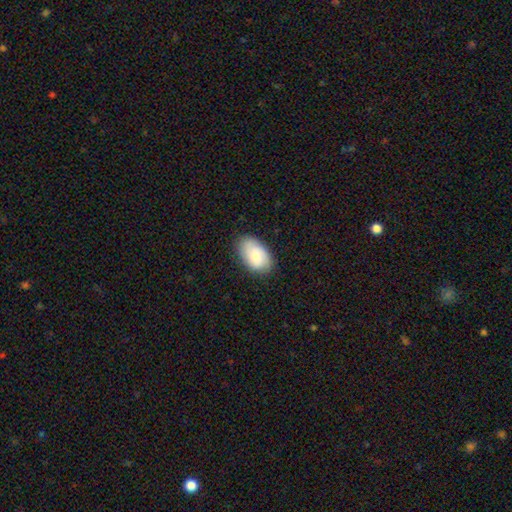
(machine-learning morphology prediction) smooth-or-featured: smooth: 79% | featured or disk: 15% | star or artifact: 6%
  how-rounded: in between: 92% | round: 6% | cigar-shaped: 1%
  merging: none: 81% | minor disturbance: 15% | major disturbance: 3% | merger: 1%